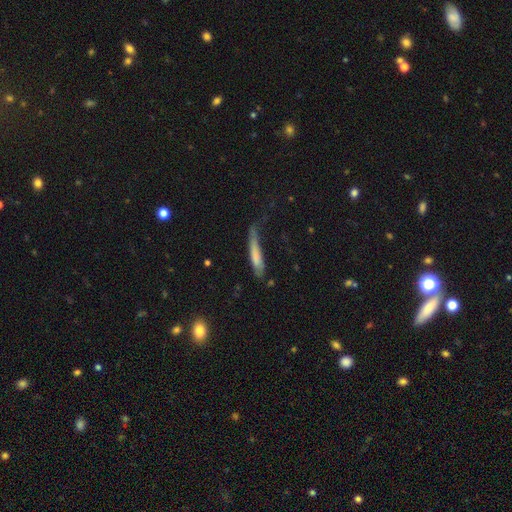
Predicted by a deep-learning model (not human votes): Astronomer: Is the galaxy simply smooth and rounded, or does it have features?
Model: smooth — 68%.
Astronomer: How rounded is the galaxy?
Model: cigar-shaped — 89%.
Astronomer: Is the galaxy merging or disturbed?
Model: none — 41% (runner-up: minor disturbance, 35%).